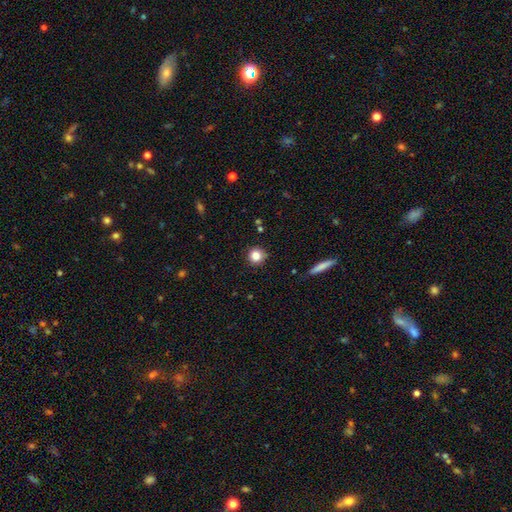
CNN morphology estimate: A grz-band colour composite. It shows a smooth galaxy with no disk features (82%) that is round (92%). Merging: none (87%).